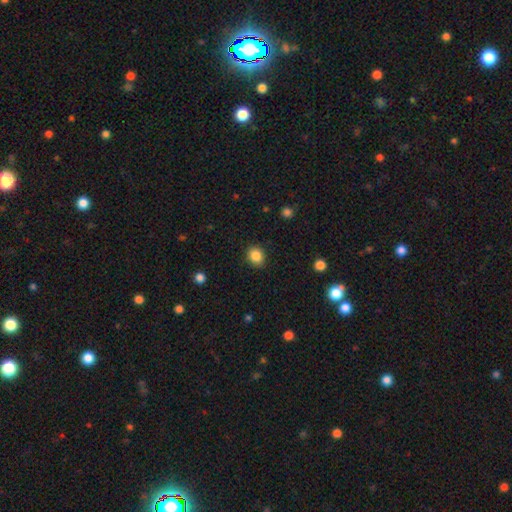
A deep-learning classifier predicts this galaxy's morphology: type=smooth (86%); roundness=round (64%); merging=none (88%).